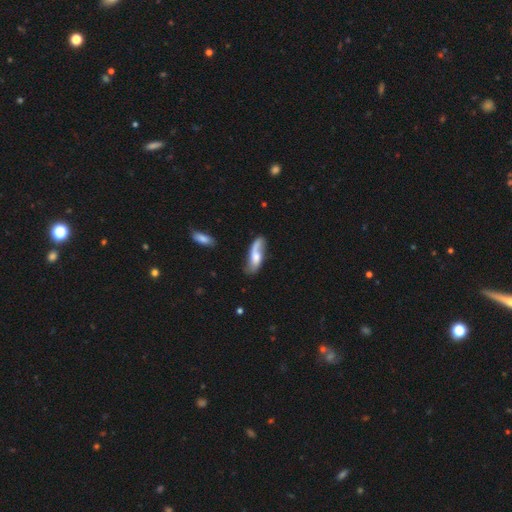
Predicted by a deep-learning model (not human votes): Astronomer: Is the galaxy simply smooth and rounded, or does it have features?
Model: featured or disk — 54% (runner-up: smooth, 40%).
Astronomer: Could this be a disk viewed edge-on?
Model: no — 85%.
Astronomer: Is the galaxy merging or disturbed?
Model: none — 51% (runner-up: minor disturbance, 27%).